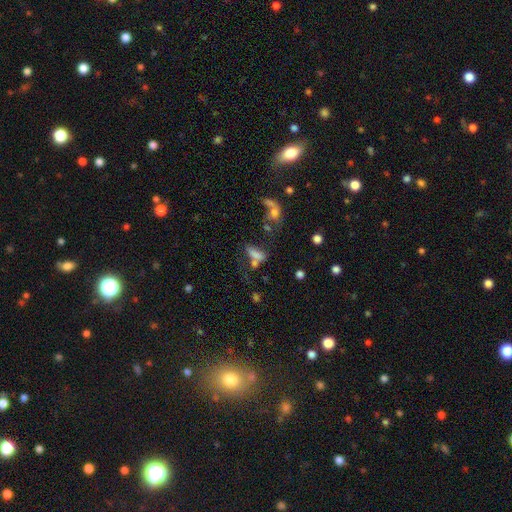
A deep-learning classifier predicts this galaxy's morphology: Smooth or featured? Predicted: smooth (p=0.67). How rounded? Predicted: in between (p=0.52). Merging? Predicted: none (p=0.37).